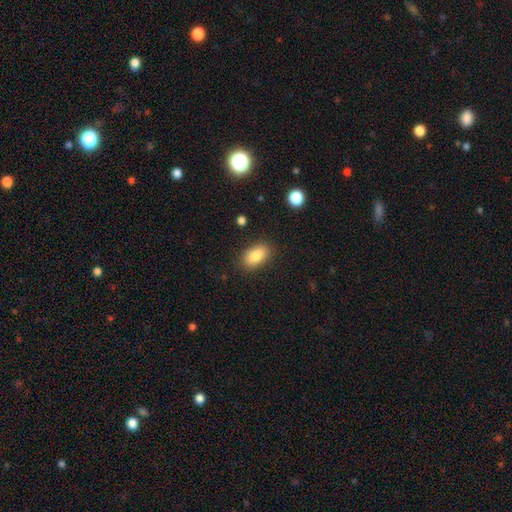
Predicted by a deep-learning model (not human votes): A smooth galaxy with no disk features (87%) that is in between round and cigar-shaped (91%). Merging: none (86%).